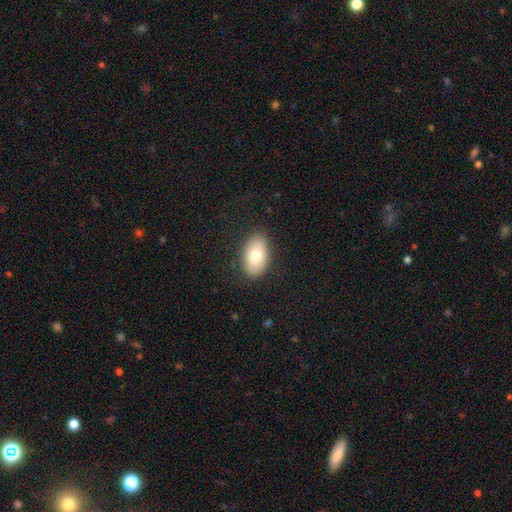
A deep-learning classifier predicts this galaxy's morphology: type=smooth (78%); roundness=in between (92%); merging=none (86%).